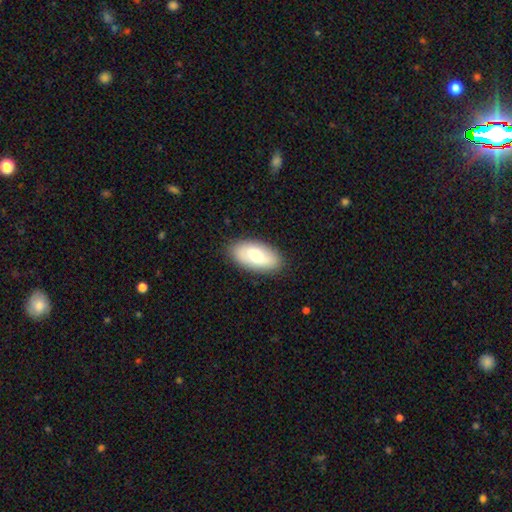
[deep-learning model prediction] A smooth galaxy with no disk features (72%) that is in between round and cigar-shaped (93%).

Vote fractions:
- Smooth or featured? smooth: 72% / featured or disk: 22% / star or artifact: 6%
- How rounded? in between: 93% / cigar-shaped: 5% / round: 2%
- Merging? none: 85% / minor disturbance: 11% / major disturbance: 3% / merger: 1%